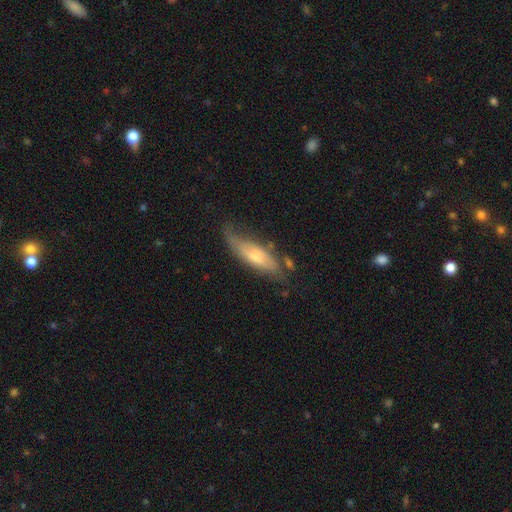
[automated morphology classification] A featured or disk galaxy (48%). Merging: none (52%).